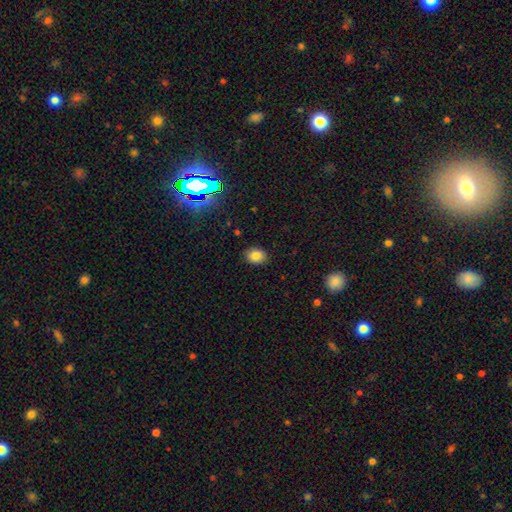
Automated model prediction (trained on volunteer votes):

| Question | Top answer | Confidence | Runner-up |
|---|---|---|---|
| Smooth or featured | smooth | 83% | star or artifact (11%) |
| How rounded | in between | 59% | round (40%) |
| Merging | none | 88% | minor disturbance (8%) |